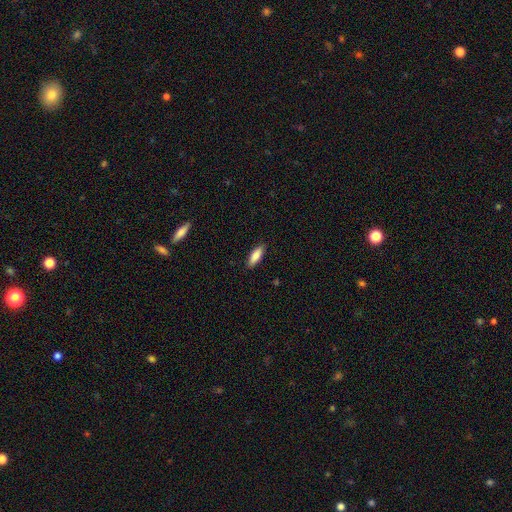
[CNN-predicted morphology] Smooth or featured: smooth — 85% (featured or disk — 8%)
How rounded: in between — 63% (cigar-shaped — 36%)
Merging: none — 88% (minor disturbance — 9%)